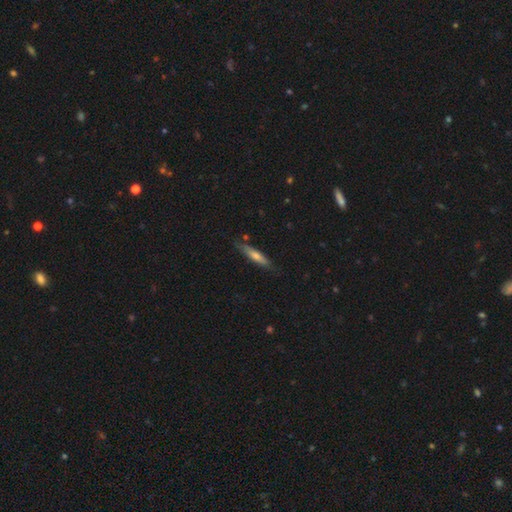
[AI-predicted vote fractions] Smooth or featured? Predicted: smooth (p=0.54). How rounded? Predicted: cigar-shaped (p=0.86). Merging? Predicted: none (p=0.81).